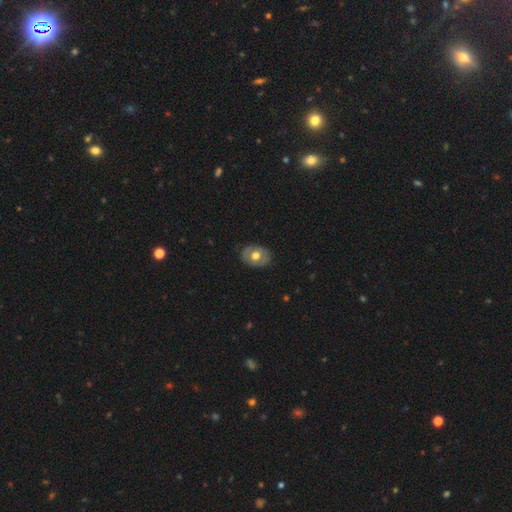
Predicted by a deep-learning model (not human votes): Smooth or featured? smooth (55%)
How rounded? in between (56%)
Merging? none (84%)